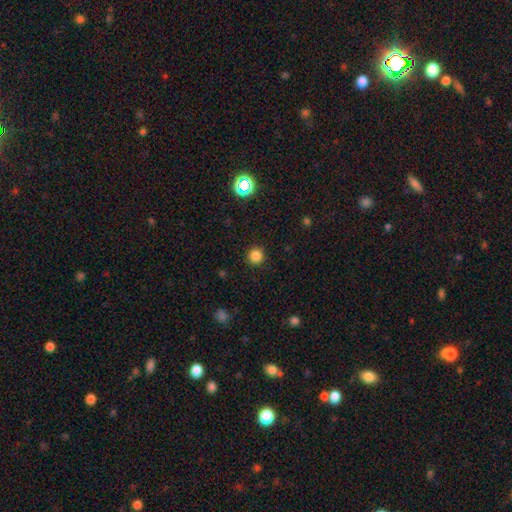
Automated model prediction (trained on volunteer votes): smooth_or_featured: smooth (p=0.83) [alt: star or artifact p=0.13]
how_rounded: round (p=0.95) [alt: in between p=0.04]
merging: none (p=0.92) [alt: minor disturbance p=0.05]